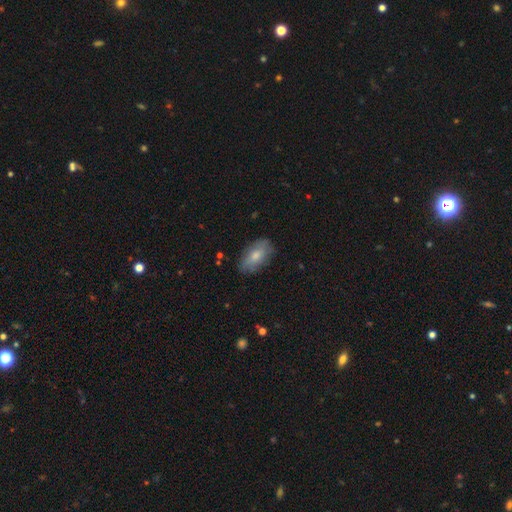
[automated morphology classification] Smooth or featured?
  - smooth: 73% *
  - featured or disk: 21%
  - star or artifact: 6%
How rounded?
  - in between: 92% *
  - round: 4%
  - cigar-shaped: 3%
Merging?
  - none: 79% *
  - minor disturbance: 16%
  - major disturbance: 4%
  - merger: 1%